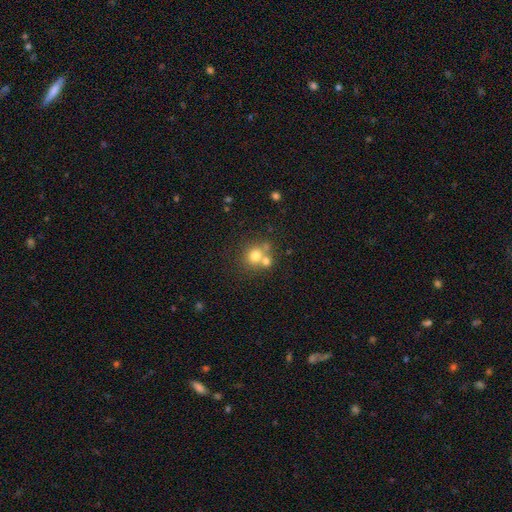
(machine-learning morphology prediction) Smooth or featured: smooth — 72% (featured or disk — 15%)
How rounded: round — 83% (in between — 17%)
Merging: none — 48% (merger — 41%)